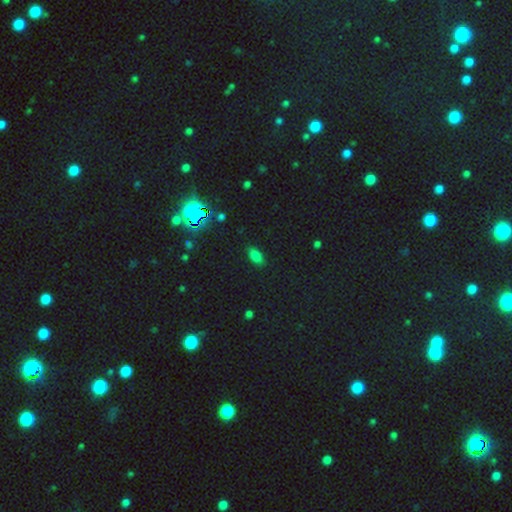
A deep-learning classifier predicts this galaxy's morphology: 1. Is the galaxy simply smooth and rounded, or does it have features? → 72% smooth, 21% star or artifact, 6% featured or disk.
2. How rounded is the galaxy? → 90% in between, 5% round, 5% cigar-shaped.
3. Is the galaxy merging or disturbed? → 86% none, 10% minor disturbance, 3% major disturbance, 1% merger.